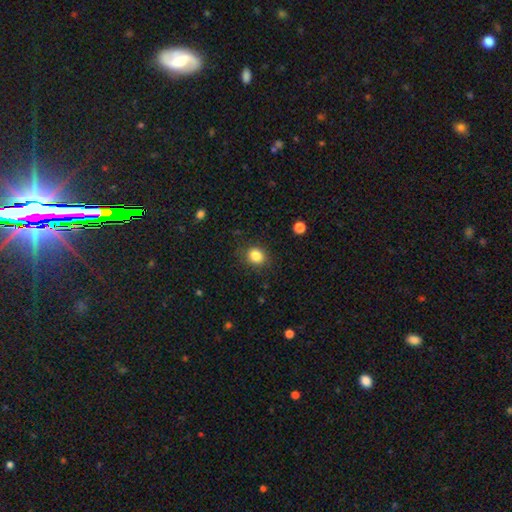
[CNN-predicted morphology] This appears to be a smooth galaxy with no disk features (85%) that is round (63%). Merging: none (84%).